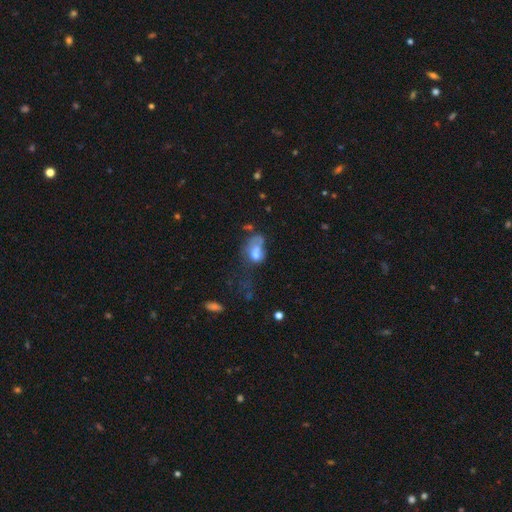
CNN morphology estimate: Overall: smooth (55%; featured or disk 31%). How rounded: in between (80%). Merging: major disturbance (37%; merger 25%).